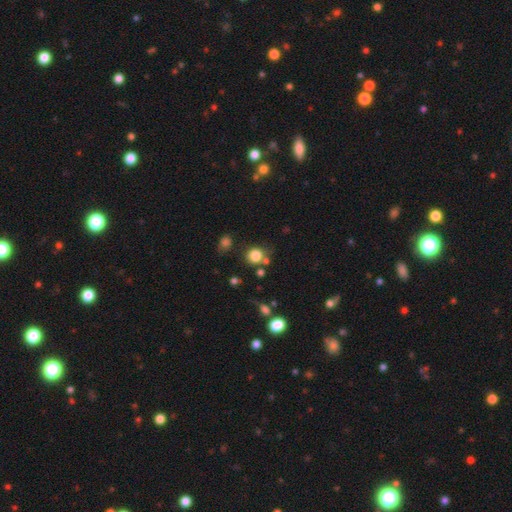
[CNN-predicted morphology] This is clearly a smooth galaxy (81%). How rounded: clearly round (81%). Merging: likely none (68%).